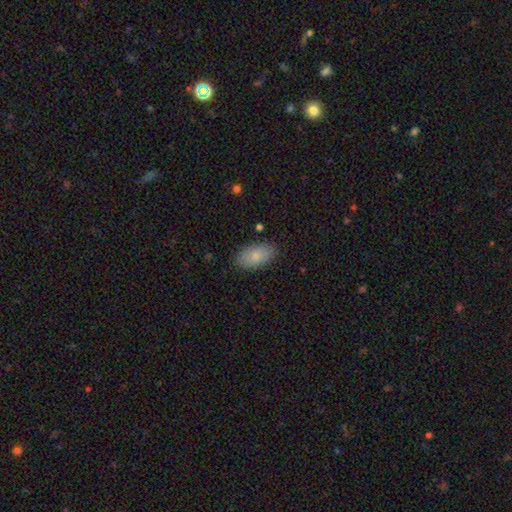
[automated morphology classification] smooth-or-featured: smooth: 82% | featured or disk: 11% | star or artifact: 7%
  how-rounded: in between: 94% | round: 3% | cigar-shaped: 3%
  merging: none: 86% | minor disturbance: 10% | major disturbance: 2% | merger: 1%